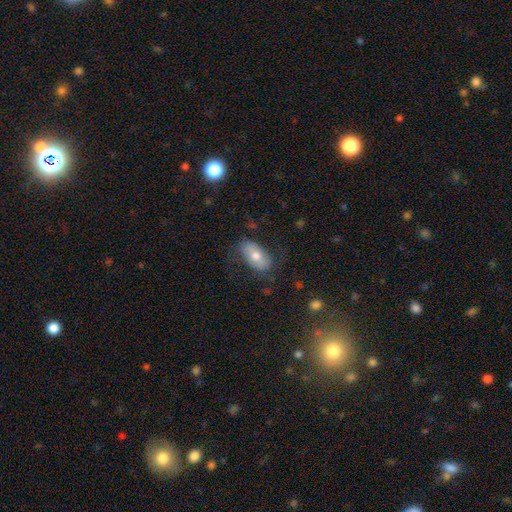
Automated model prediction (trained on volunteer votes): A smooth galaxy with no disk features (65%) that is in between round and cigar-shaped (92%).

Vote fractions:
- Smooth or featured? smooth: 65% / featured or disk: 27% / star or artifact: 8%
- How rounded? in between: 92% / round: 5% / cigar-shaped: 3%
- Merging? none: 72% / minor disturbance: 19% / major disturbance: 8% / merger: 1%